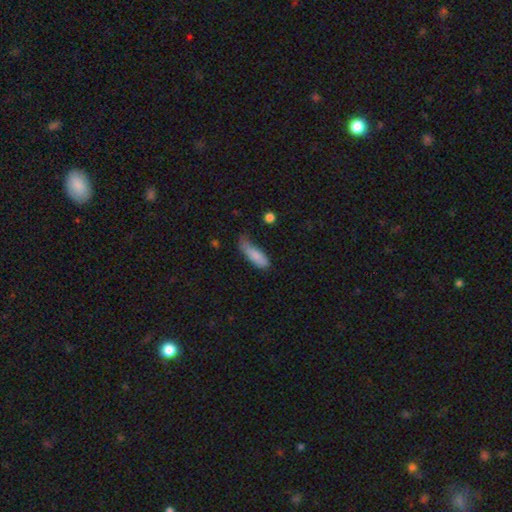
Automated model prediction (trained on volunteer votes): Smooth or featured?
  - smooth: 83% *
  - featured or disk: 10%
  - star or artifact: 7%
How rounded?
  - in between: 57% *
  - cigar-shaped: 41%
  - round: 2%
Merging?
  - minor disturbance: 43% *
  - none: 38%
  - major disturbance: 15%
  - merger: 3%